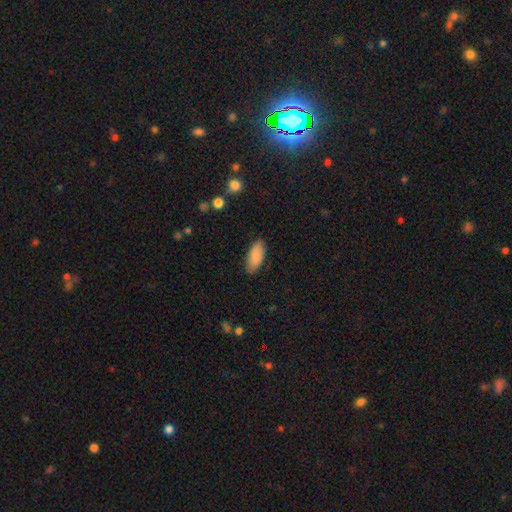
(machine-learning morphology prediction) This appears to be a smooth galaxy with no disk features (87%) that is in between round and cigar-shaped (86%). Merging: none (86%).